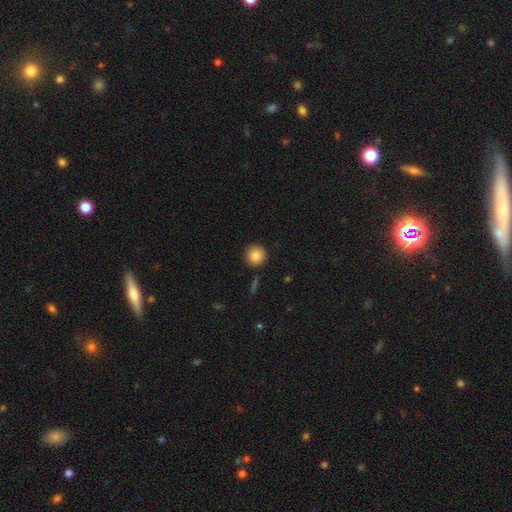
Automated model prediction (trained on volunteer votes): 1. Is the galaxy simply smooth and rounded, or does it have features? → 86% smooth, 8% star or artifact, 6% featured or disk.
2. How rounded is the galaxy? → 95% round, 4% in between, 1% cigar-shaped.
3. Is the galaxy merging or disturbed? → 90% none, 6% minor disturbance, 2% merger, 2% major disturbance.